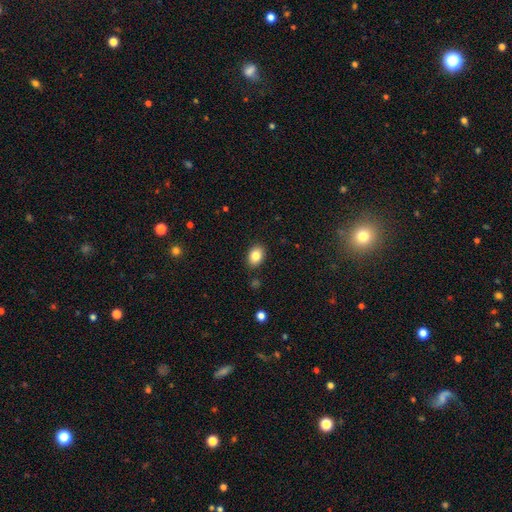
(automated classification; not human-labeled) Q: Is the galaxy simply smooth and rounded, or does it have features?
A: smooth — 85%.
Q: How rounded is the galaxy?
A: in between — 75%.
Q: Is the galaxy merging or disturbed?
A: none — 87%.